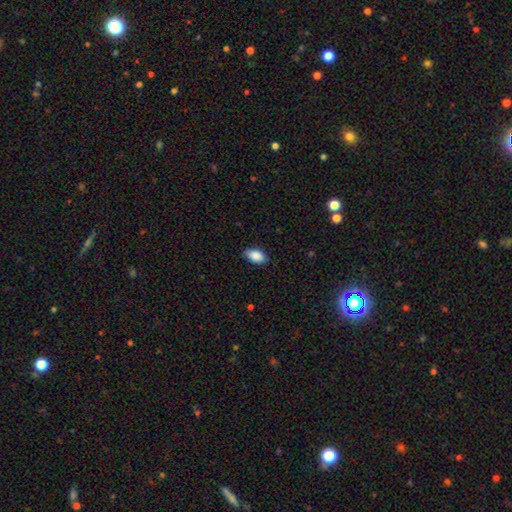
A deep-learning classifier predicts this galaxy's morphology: The model was most divided on "merging": none: 86%, minor disturbance: 11%, major disturbance: 2%, merger: 1%. More confident: how rounded — in between (94%); smooth or featured — smooth (89%).